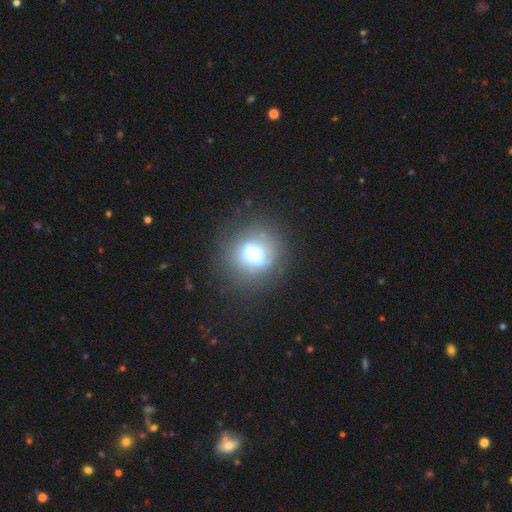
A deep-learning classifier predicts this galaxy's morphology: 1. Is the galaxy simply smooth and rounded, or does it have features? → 64% smooth, 22% featured or disk, 14% star or artifact.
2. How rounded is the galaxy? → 84% round, 15% in between, 1% cigar-shaped.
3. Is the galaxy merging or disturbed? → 77% none, 14% minor disturbance, 7% major disturbance, 2% merger.